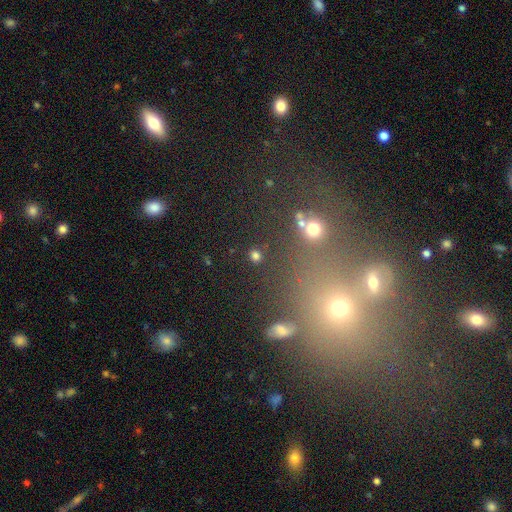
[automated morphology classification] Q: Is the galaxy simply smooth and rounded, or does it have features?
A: smooth — 75%.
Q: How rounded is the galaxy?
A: round — 87%.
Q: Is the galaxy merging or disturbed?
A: none — 87%.